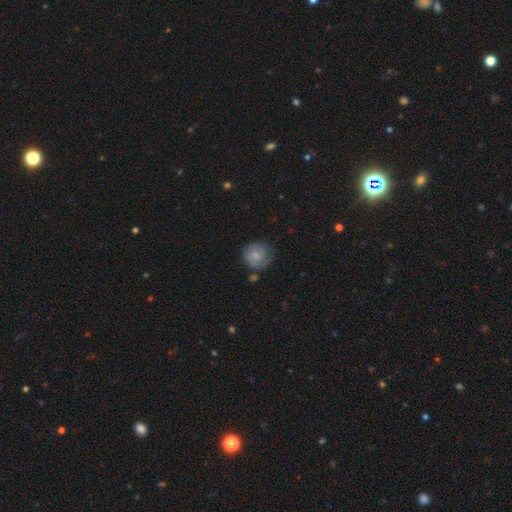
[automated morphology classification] Q: Smooth or featured?
A: smooth (62%); runner-up: featured or disk (30%)
Q: How rounded?
A: round (85%); runner-up: in between (14%)
Q: Merging?
A: none (65%); runner-up: minor disturbance (23%)